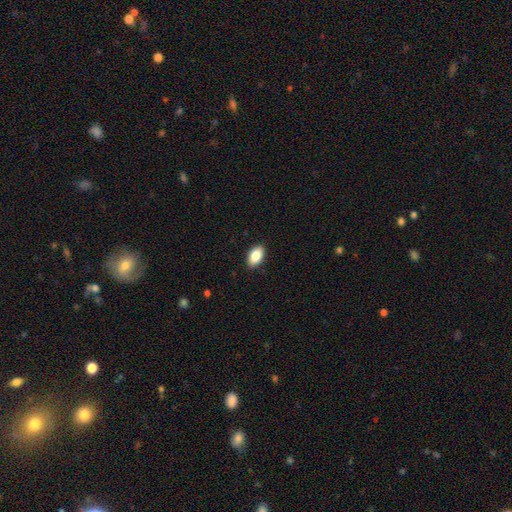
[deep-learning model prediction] Overall: smooth (86%). How rounded: in between (93%). Merging: none (89%).